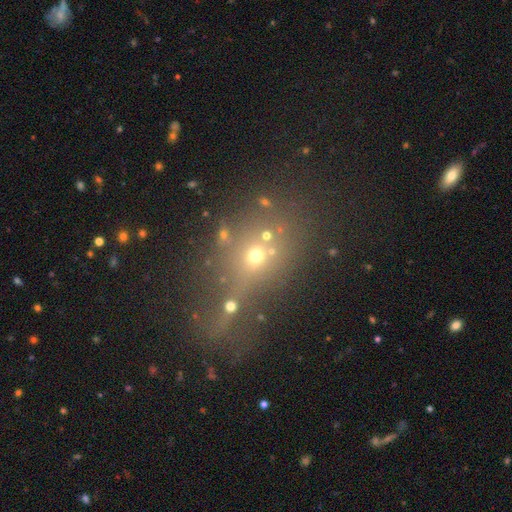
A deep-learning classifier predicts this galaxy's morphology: A smooth galaxy with no disk features (49%). Merging: none (42%).